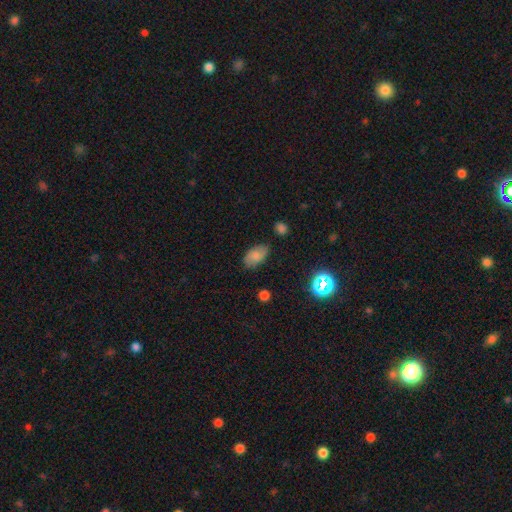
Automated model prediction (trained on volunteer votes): This appears to be a smooth galaxy with no disk features (76%) that is in between round and cigar-shaped (93%). Merging: none (79%).